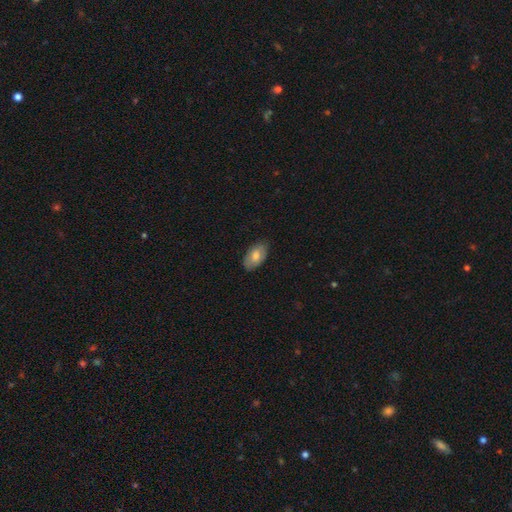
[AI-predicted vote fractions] Smooth or featured?
  - smooth: 69% *
  - featured or disk: 24%
  - star or artifact: 6%
How rounded?
  - in between: 94% *
  - round: 4%
  - cigar-shaped: 2%
Merging?
  - none: 83% *
  - minor disturbance: 14%
  - major disturbance: 2%
  - merger: 1%